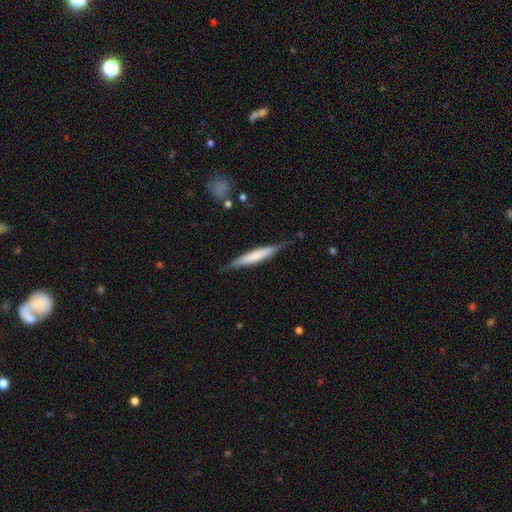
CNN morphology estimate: Smooth or featured? smooth (58%)
How rounded? cigar-shaped (92%)
Merging? none (79%)